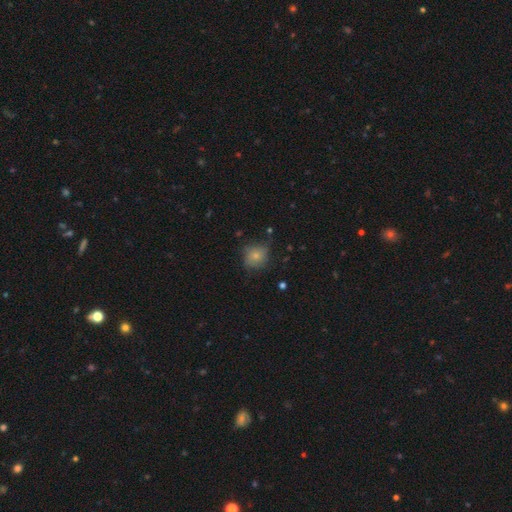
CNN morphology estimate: type=smooth (72%); roundness=round (81%); merging=none (62%).